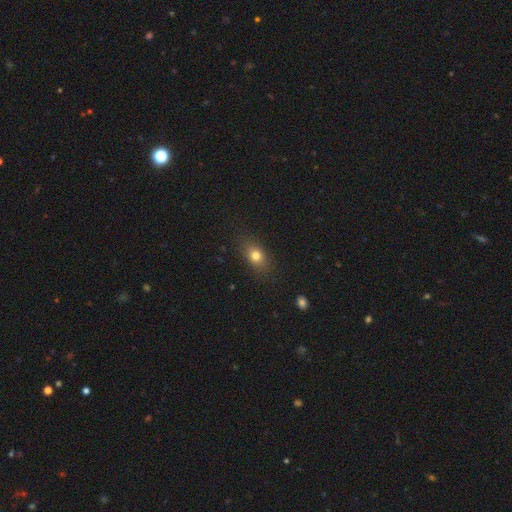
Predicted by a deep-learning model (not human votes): This is likely a smooth galaxy (78%). How rounded: likely in between (65%). Merging: clearly none (83%).